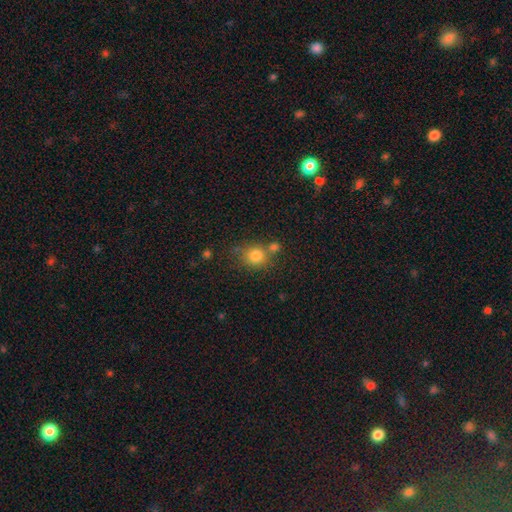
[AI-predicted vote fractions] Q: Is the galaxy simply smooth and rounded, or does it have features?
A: smooth — 81%.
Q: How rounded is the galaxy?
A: round — 84%.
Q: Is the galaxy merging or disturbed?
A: none — 58%.